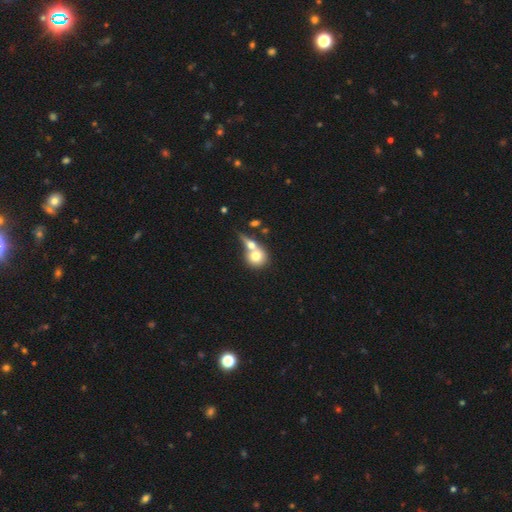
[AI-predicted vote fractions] A smooth galaxy with no disk features (70%) that is round (78%).

Vote fractions:
- Smooth or featured? smooth: 70% / featured or disk: 22% / star or artifact: 9%
- How rounded? round: 78% / in between: 19% / cigar-shaped: 3%
- Merging? merger: 63% / none: 26% / minor disturbance: 7% / major disturbance: 5%